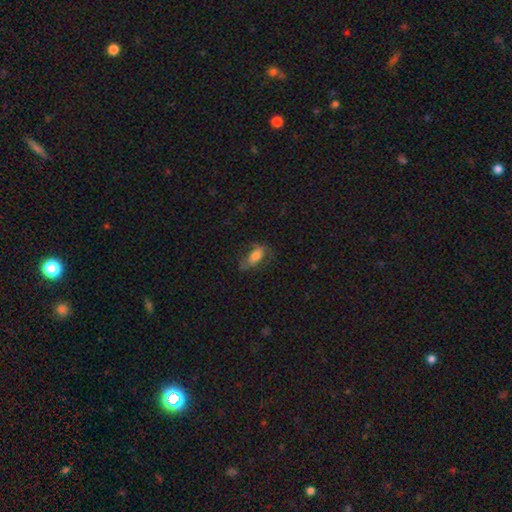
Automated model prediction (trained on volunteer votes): This appears to be a smooth galaxy with no disk features (66%) that is in between round and cigar-shaped (79%). Merging: none (57%).